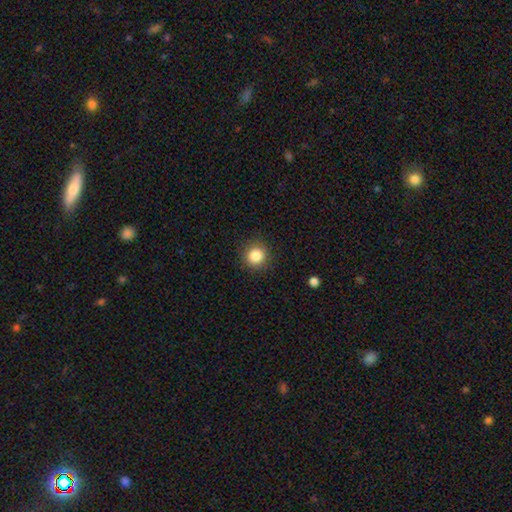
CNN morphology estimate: This is clearly a smooth galaxy (85%). How rounded: clearly round (93%). Merging: clearly none (89%).